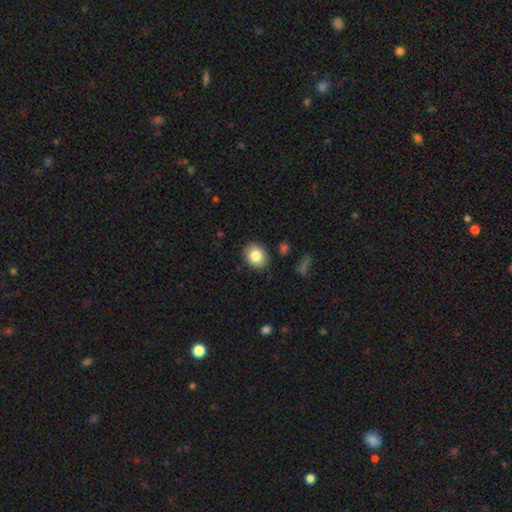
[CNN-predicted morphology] This is clearly a smooth galaxy (83%). How rounded: possibly round (59%). Merging: clearly none (88%).